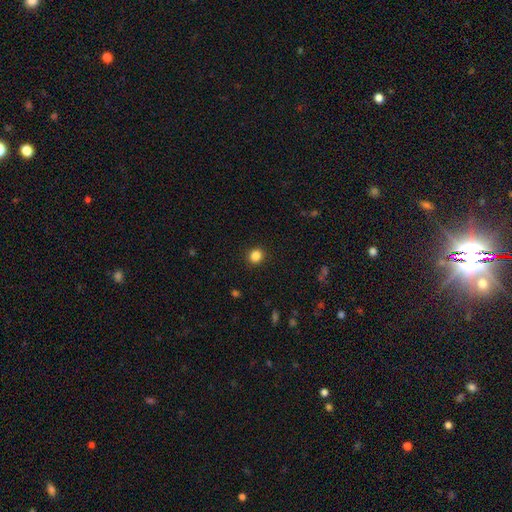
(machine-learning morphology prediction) The model was most divided on "how rounded": round: 85%, in between: 15%, cigar-shaped: 1%. More confident: merging — none (91%); smooth or featured — smooth (84%).